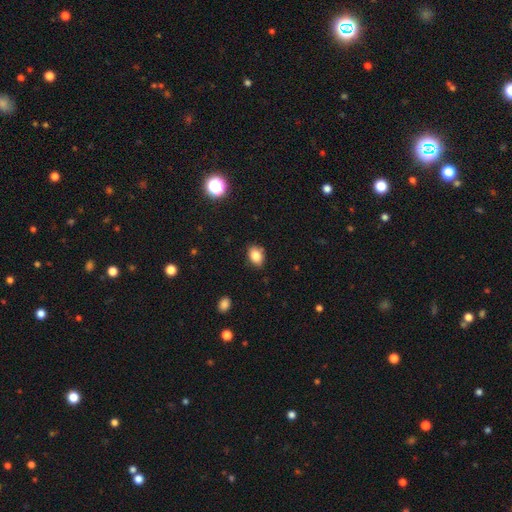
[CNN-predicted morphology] smooth_or_featured: smooth (p=0.84) [alt: star or artifact p=0.09]
how_rounded: in between (p=0.78) [alt: round p=0.21]
merging: none (p=0.84) [alt: minor disturbance p=0.12]